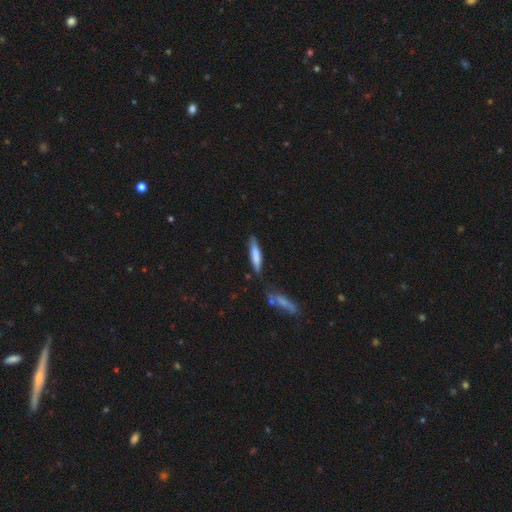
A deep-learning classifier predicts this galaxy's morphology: A smooth galaxy with no disk features (74%) that is cigar-shaped (82%). Merging: none (70%).